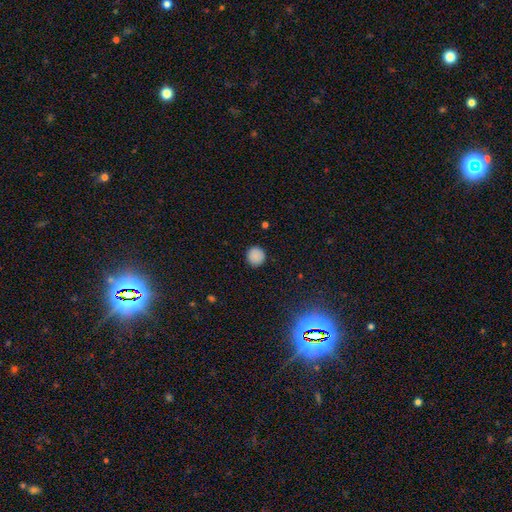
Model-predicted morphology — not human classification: Smooth or featured: smooth — 86% (star or artifact — 10%)
How rounded: round — 93% (in between — 6%)
Merging: none — 90% (minor disturbance — 7%)